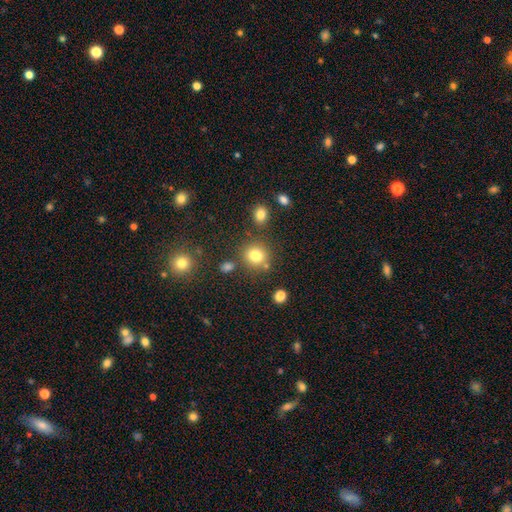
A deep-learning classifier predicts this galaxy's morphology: This appears to be a smooth galaxy with no disk features (80%) that is round (87%). Merging: none (77%).